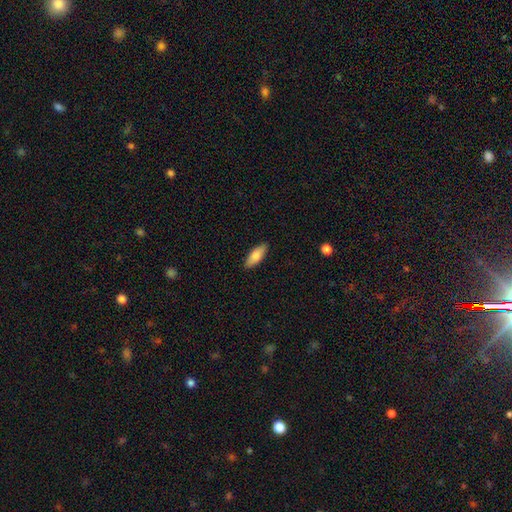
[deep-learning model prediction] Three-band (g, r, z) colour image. It shows a smooth galaxy with no disk features (82%) that is in between round and cigar-shaped (74%). Merging: none (89%).